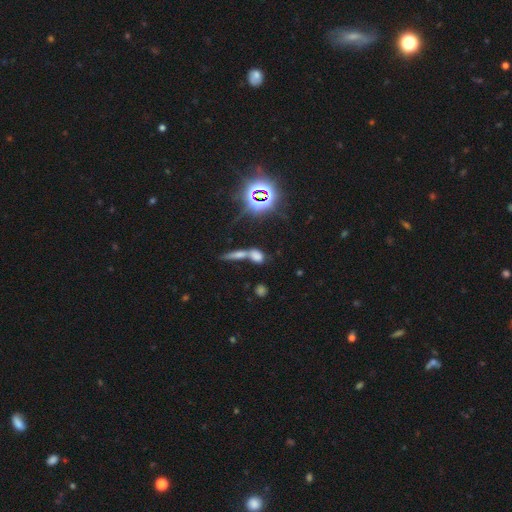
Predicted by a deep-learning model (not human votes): This appears to be a smooth galaxy with no disk features (56%) that is in between round and cigar-shaped (55%). Merging: merger (58%).